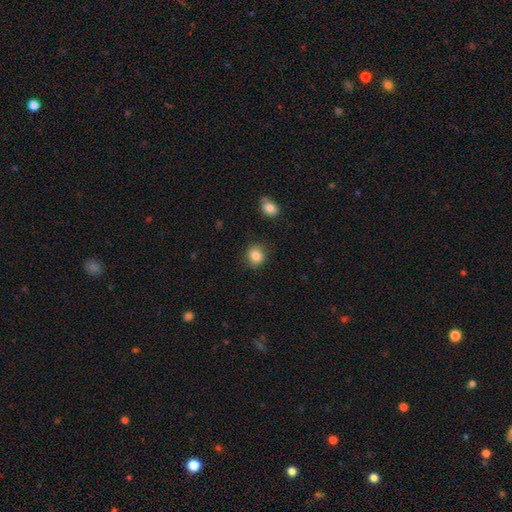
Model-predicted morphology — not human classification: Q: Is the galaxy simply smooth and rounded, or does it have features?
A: smooth — 84%.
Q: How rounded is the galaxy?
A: round — 74%.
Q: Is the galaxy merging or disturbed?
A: none — 83%.